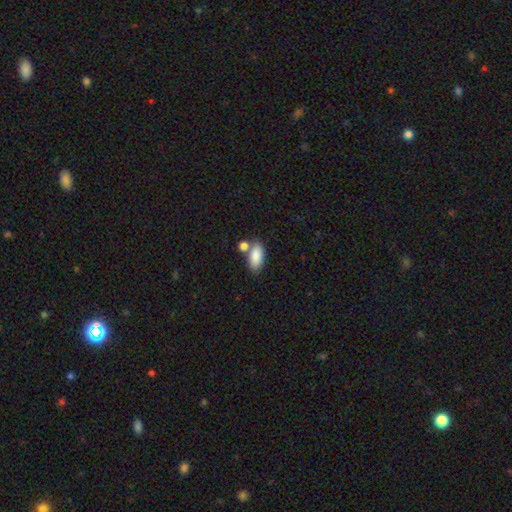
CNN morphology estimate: This appears to be a smooth galaxy with no disk features (86%) that is in between round and cigar-shaped (90%). Merging: none (59%).